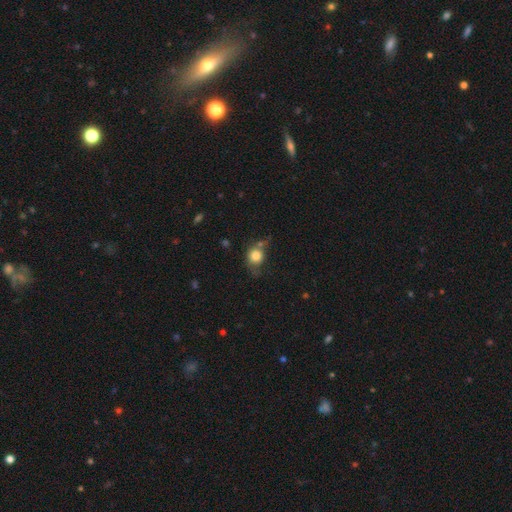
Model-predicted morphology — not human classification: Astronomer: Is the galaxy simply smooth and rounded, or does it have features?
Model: smooth — 80%.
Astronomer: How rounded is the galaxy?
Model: round — 78%.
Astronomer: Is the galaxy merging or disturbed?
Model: none — 53%.